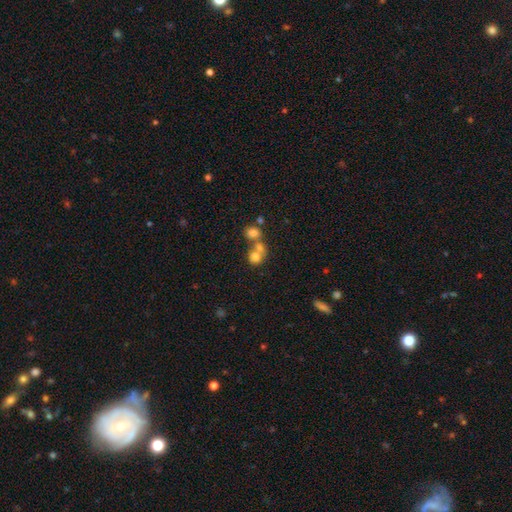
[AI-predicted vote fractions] Overall: smooth (71%). How rounded: round (75%). Merging: merger (57%; none 32%).